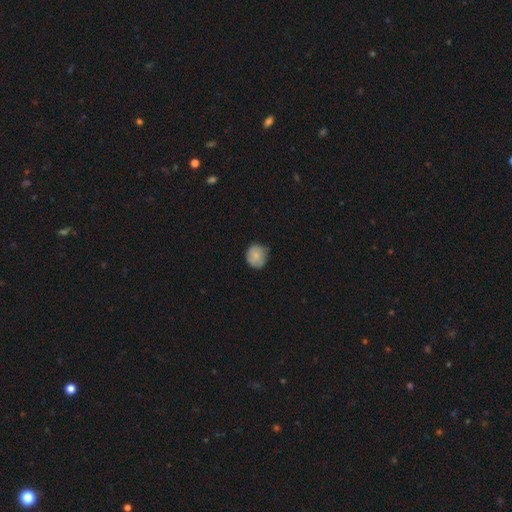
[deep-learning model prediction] This appears to be a smooth galaxy with no disk features (77%) that is round (79%). Merging: none (68%).